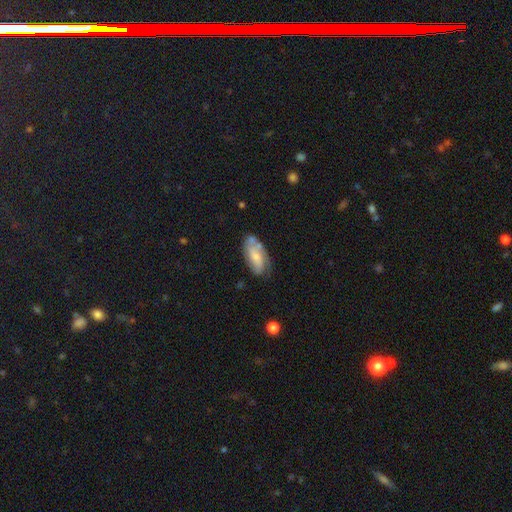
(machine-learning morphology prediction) Overall: featured or disk (49%; smooth 44%). Merging: none (55%; minor disturbance 26%).